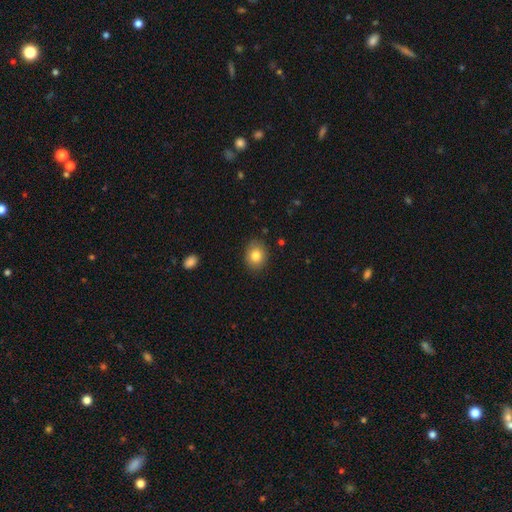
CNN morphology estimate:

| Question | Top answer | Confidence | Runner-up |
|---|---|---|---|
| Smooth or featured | smooth | 82% | featured or disk (10%) |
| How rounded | round | 52% | in between (47%) |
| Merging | none | 86% | minor disturbance (10%) |